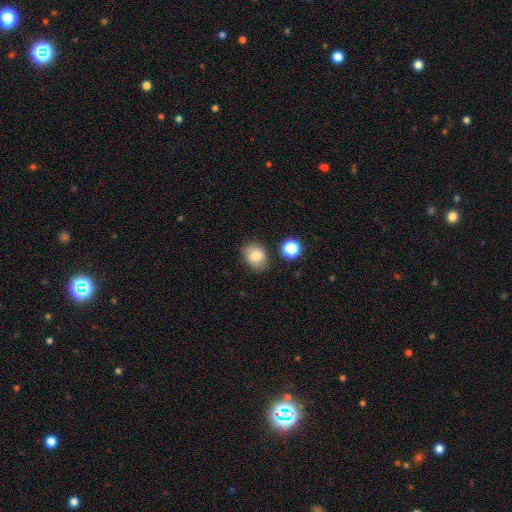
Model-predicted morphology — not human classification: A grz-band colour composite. It shows a smooth galaxy with no disk features (76%) that is in between round and cigar-shaped (52%). Merging: none (78%).